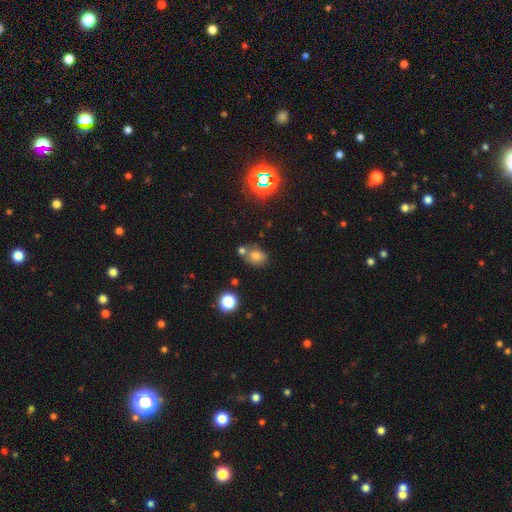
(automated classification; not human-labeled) This appears to be a smooth galaxy with no disk features (70%) that is in between round and cigar-shaped (58%). Merging: none (55%).